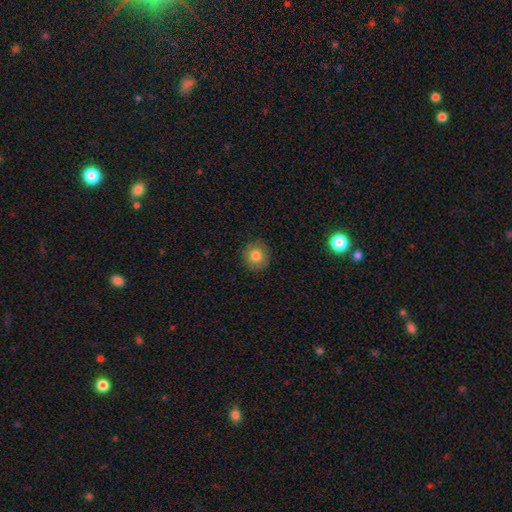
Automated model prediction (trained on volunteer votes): This appears to be a smooth galaxy with no disk features (78%) that is round (88%). Merging: none (87%).